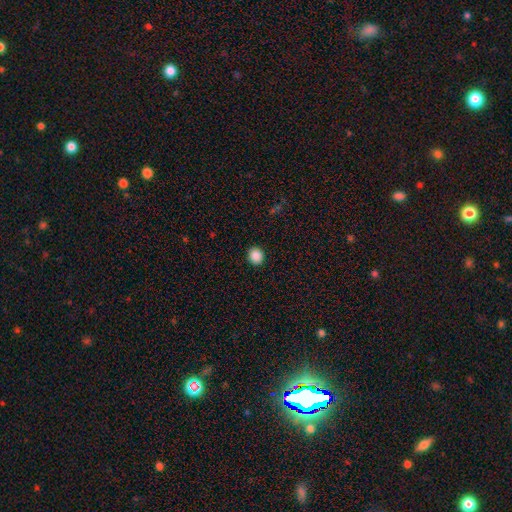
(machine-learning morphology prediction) A smooth galaxy with no disk features (88%) that is round (84%).

Vote fractions:
- Smooth or featured? smooth: 88% / star or artifact: 9% / featured or disk: 3%
- How rounded? round: 84% / in between: 16% / cigar-shaped: 1%
- Merging? none: 93% / minor disturbance: 5% / major disturbance: 2% / merger: 1%